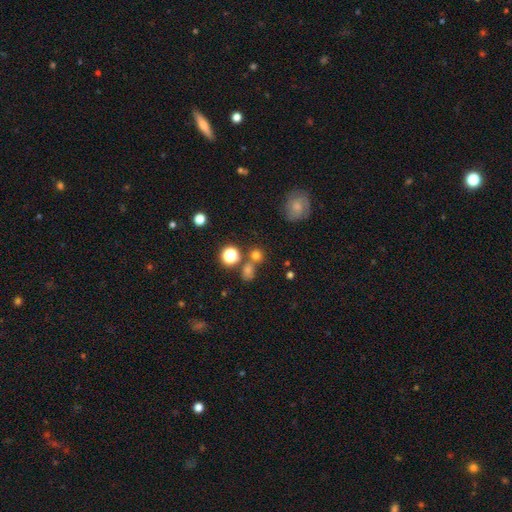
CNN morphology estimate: Overall: smooth (69%). How rounded: round (85%). Merging: none (60%; merger 26%).